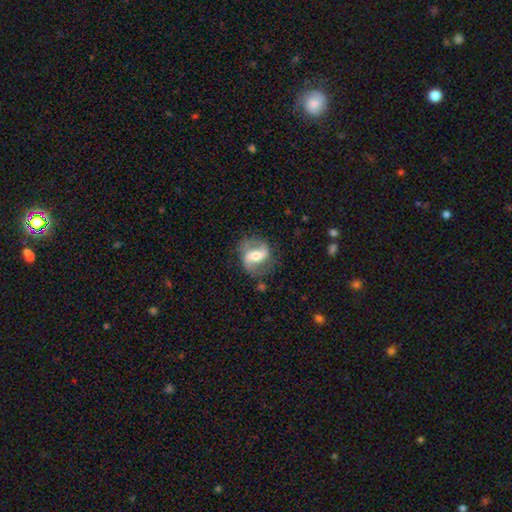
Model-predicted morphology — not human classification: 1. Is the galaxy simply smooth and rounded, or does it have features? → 77% featured or disk, 17% smooth, 6% star or artifact.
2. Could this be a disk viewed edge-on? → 95% no, 5% yes.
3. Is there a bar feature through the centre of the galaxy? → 45% strong, 36% weak, 20% no.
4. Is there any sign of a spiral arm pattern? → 87% yes, 13% no.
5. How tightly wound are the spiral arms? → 50% loose, 38% medium, 12% tight.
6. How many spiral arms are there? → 89% 2, 4% can't tell, 4% 1, 1% 3, 1% 4, 1% more than 4.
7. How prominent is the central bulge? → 65% moderate, 24% small, 8% large, 1% none, 1% dominant.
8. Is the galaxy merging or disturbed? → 74% none, 16% minor disturbance, 8% major disturbance, 2% merger.